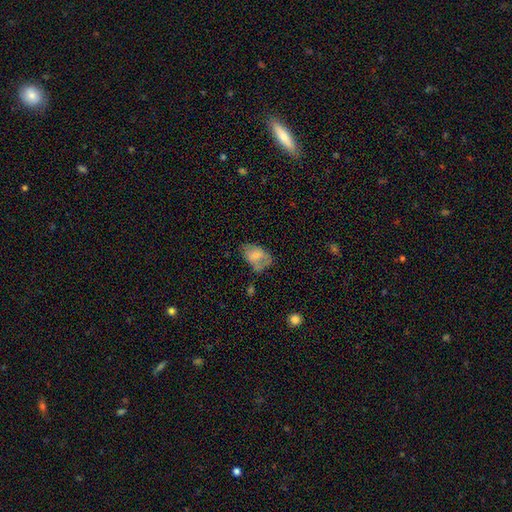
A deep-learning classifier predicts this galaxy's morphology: Smooth or featured: smooth — 67% (featured or disk — 24%)
How rounded: in between — 88% (round — 10%)
Merging: none — 41% (minor disturbance — 33%)